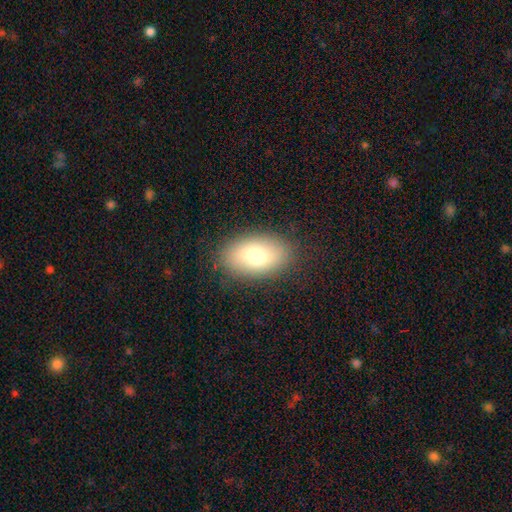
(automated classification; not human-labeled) This is likely a smooth galaxy (74%). How rounded: clearly in between (90%). Merging: clearly none (86%).